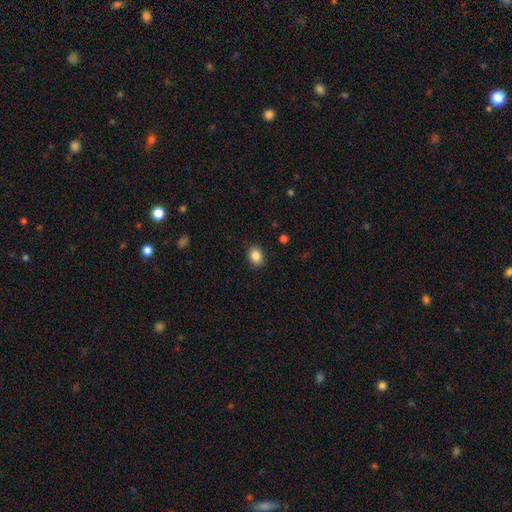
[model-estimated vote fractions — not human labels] Smooth or featured? smooth (87%)
How rounded? in between (63%)
Merging? none (89%)